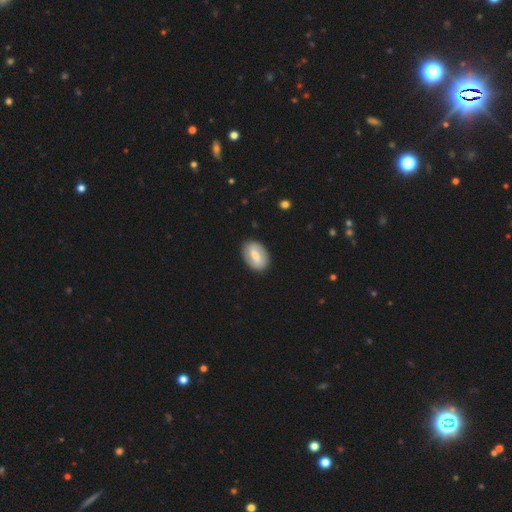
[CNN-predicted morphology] smooth_or_featured: smooth (p=0.54) [alt: featured or disk p=0.40]
how_rounded: in between (p=0.86) [alt: round p=0.12]
merging: none (p=0.86) [alt: minor disturbance p=0.10]